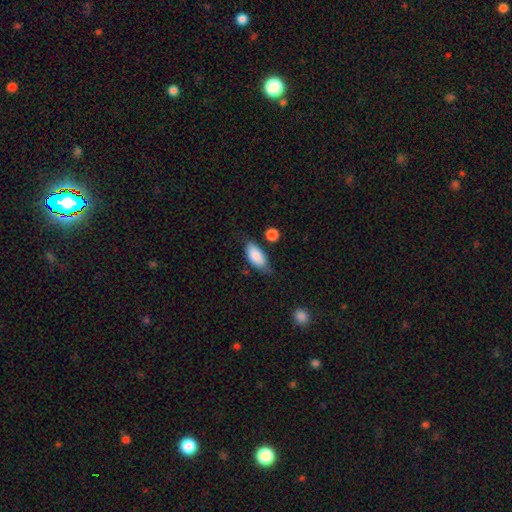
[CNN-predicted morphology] Q: Smooth or featured?
A: smooth (84%); runner-up: featured or disk (10%)
Q: How rounded?
A: in between (87%); runner-up: cigar-shaped (10%)
Q: Merging?
A: none (66%); runner-up: minor disturbance (24%)